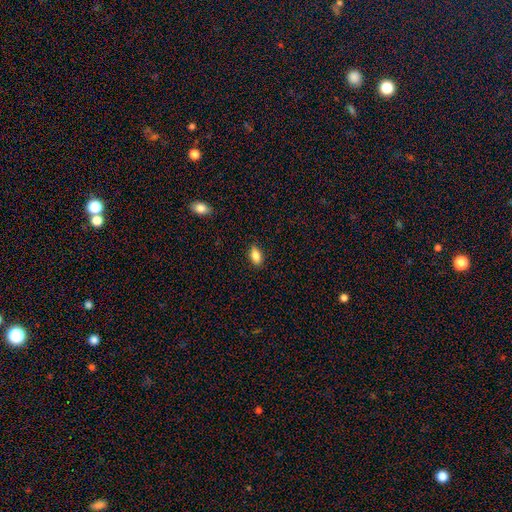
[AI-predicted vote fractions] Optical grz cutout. It shows a smooth galaxy with no disk features (86%) that is in between round and cigar-shaped (89%). Merging: none (85%).